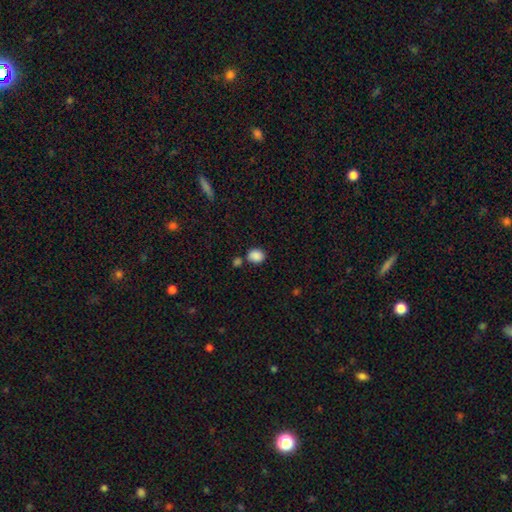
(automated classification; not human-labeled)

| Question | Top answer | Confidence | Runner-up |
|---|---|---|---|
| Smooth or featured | smooth | 87% | star or artifact (9%) |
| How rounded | round | 60% | in between (39%) |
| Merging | none | 69% | merger (15%) |